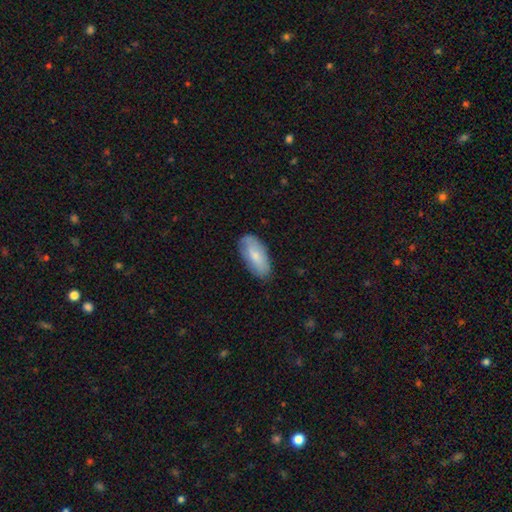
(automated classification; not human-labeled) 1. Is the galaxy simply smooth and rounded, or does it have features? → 72% smooth, 22% featured or disk, 6% star or artifact.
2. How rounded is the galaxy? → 90% in between, 8% cigar-shaped, 2% round.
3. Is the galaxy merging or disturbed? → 79% none, 17% minor disturbance, 3% major disturbance, 1% merger.